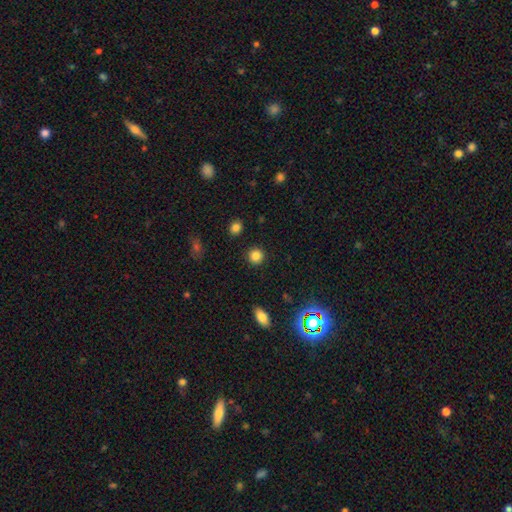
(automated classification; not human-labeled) smooth 84%, star or artifact 11%, featured or disk 4%. Down the decision tree: how rounded — round (92%); merging — none (91%).